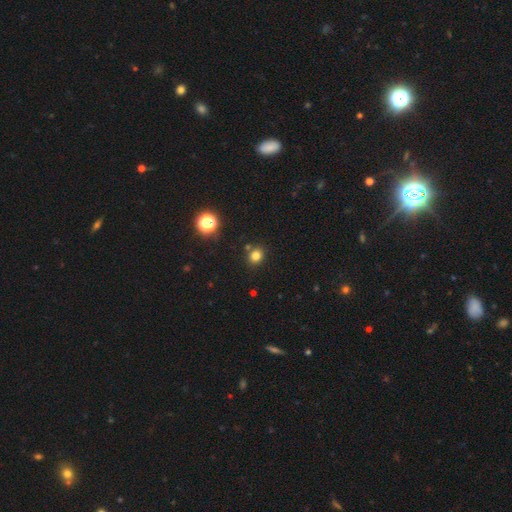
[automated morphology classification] Smooth or featured? Predicted: smooth (p=0.78). How rounded? Predicted: round (p=0.78). Merging? Predicted: none (p=0.81).